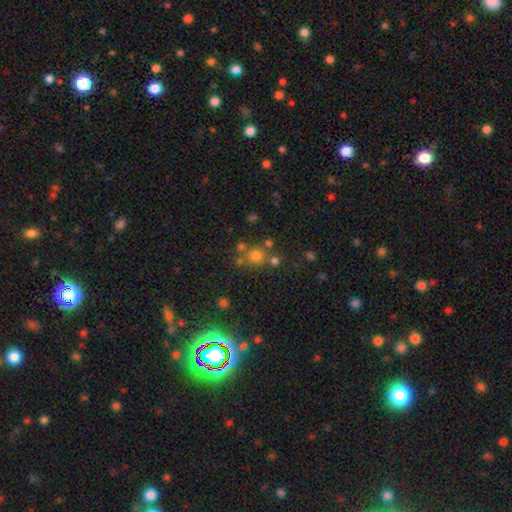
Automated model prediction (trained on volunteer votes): Smooth or featured? smooth (69%)
How rounded? round (88%)
Merging? none (67%)